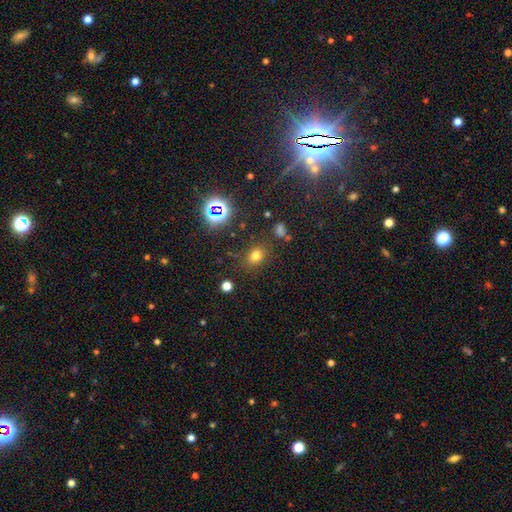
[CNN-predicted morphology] smooth 70%, star or artifact 22%, featured or disk 8%. Down the decision tree: how rounded — in between (50%); merging — none (79%).